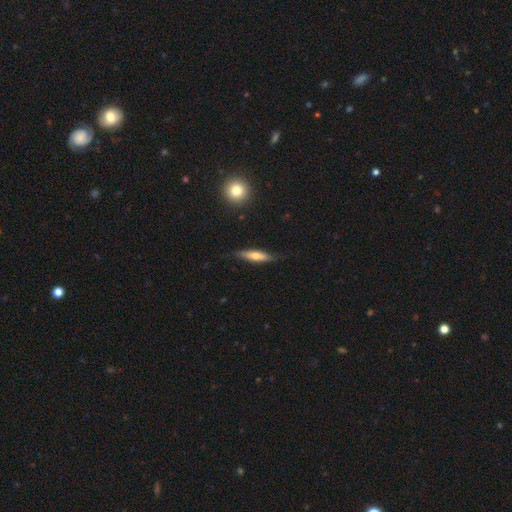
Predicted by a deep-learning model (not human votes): A smooth galaxy with no disk features (51%) that is cigar-shaped (75%). Merging: none (81%).